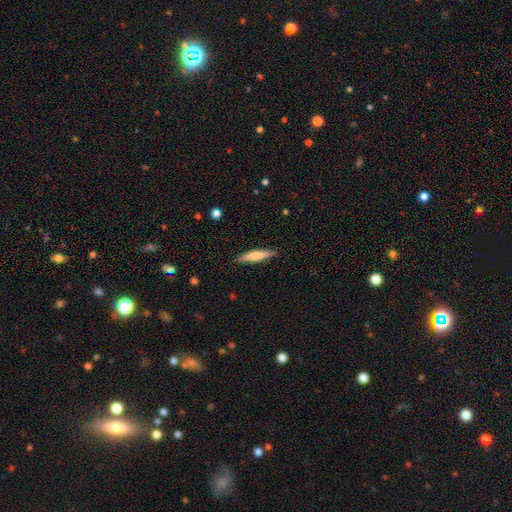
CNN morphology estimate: Overall: smooth (66%; featured or disk 28%). How rounded: cigar-shaped (85%). Merging: none (88%).